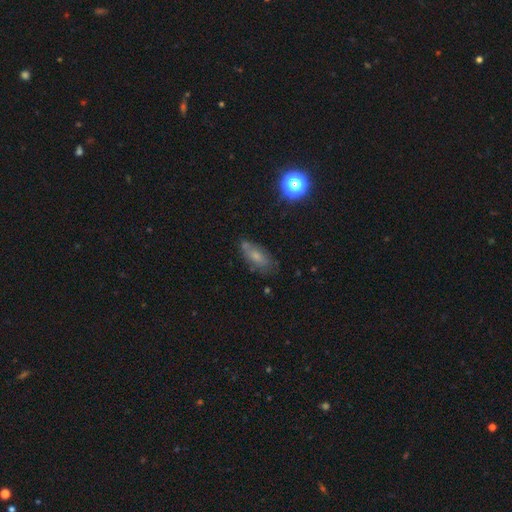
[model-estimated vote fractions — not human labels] A smooth galaxy with no disk features (59%) that is in between round and cigar-shaped (78%). Merging: none (64%).